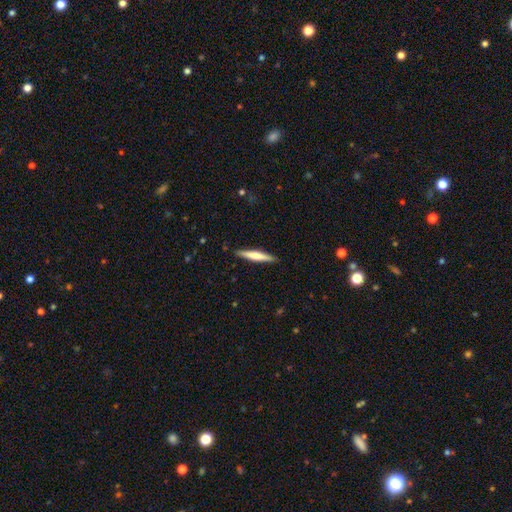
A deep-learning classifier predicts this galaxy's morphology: type=smooth (56%); roundness=cigar-shaped (92%); merging=none (90%).